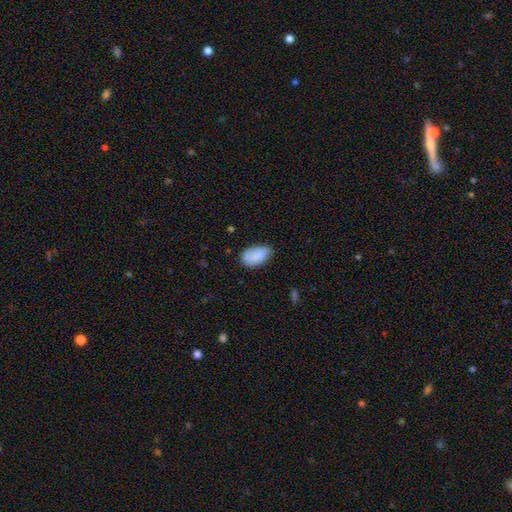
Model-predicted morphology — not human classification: smooth_or_featured: smooth (p=0.86) [alt: featured or disk p=0.07]
how_rounded: in between (p=0.94) [alt: round p=0.05]
merging: none (p=0.62) [alt: minor disturbance p=0.31]